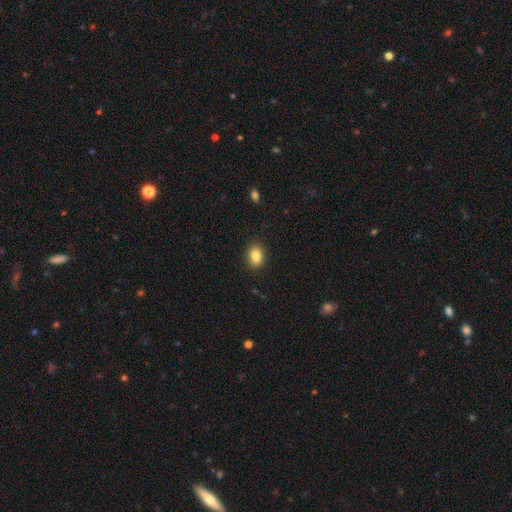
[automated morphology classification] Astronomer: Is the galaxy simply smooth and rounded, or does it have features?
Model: smooth — 83%.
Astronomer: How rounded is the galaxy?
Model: in between — 69%.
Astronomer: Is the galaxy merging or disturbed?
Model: none — 85%.